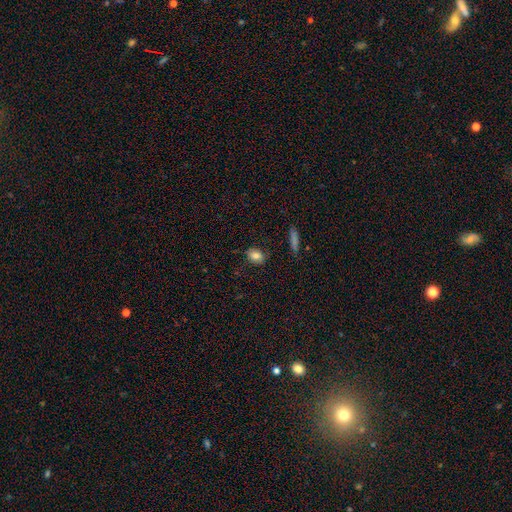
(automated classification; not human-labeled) A smooth galaxy with no disk features (83%) that is in between round and cigar-shaped (69%). Merging: none (84%).